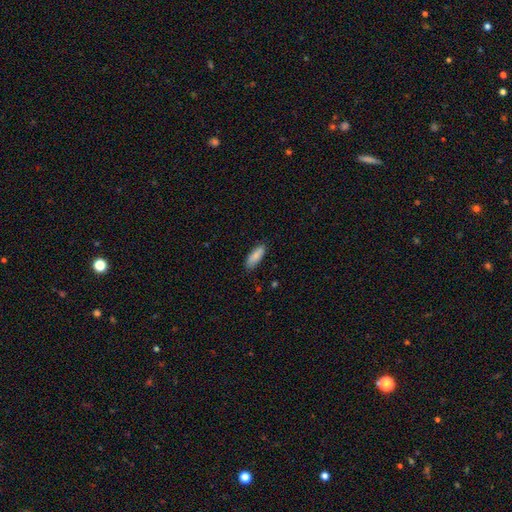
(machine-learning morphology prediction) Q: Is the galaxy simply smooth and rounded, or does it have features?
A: smooth — 85%.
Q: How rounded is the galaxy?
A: in between — 66%.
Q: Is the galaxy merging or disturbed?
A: none — 84%.